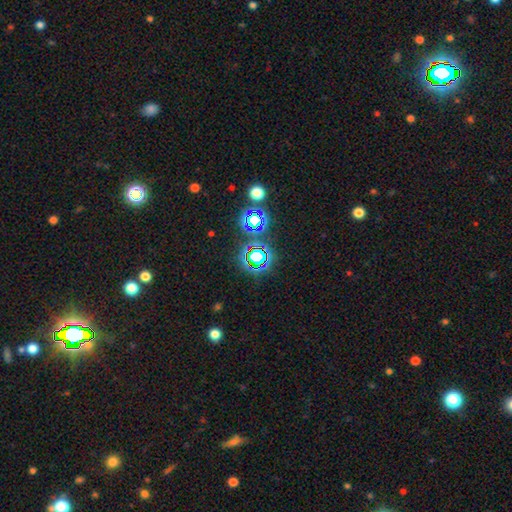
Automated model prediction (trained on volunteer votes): smooth-or-featured: star or artifact: 69% | smooth: 20% | featured or disk: 10%